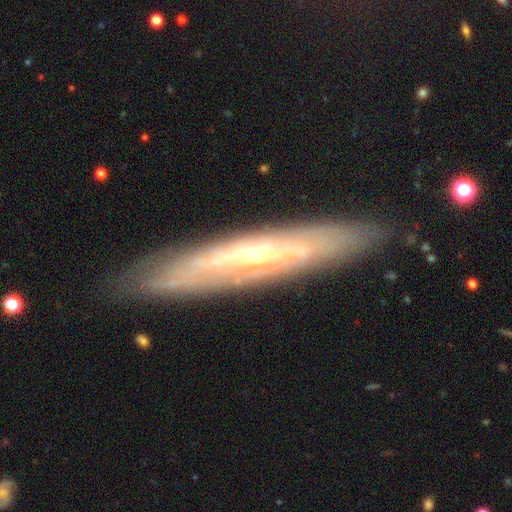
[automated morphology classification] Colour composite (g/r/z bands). It shows a featured or disk galaxy (77%) viewed edge-on (59%). Merging: none (84%).